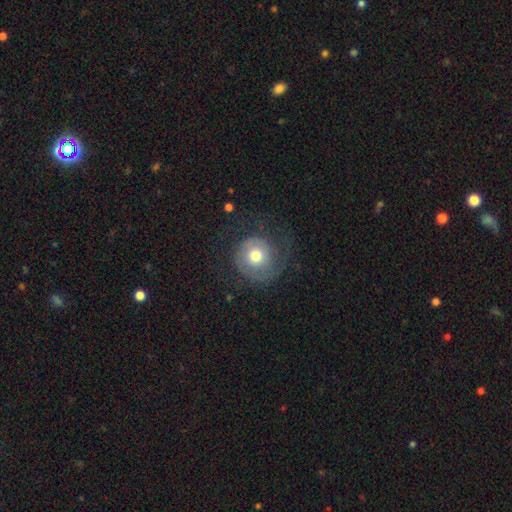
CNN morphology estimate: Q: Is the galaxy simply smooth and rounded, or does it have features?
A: smooth — 57%.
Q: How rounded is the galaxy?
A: round — 91%.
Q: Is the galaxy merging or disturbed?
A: none — 54%.